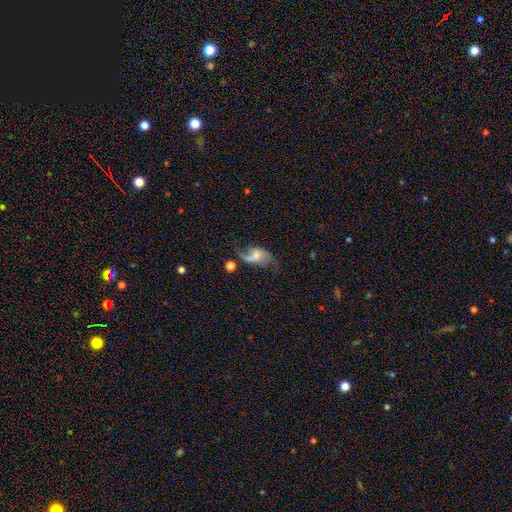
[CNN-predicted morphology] smooth_or_featured: featured or disk (p=0.63) [alt: smooth p=0.27]
disk_edge_on: no (p=0.96) [alt: yes p=0.04]
bar: no (p=0.53) [alt: weak p=0.37]
has_spiral_arms: yes (p=0.84) [alt: no p=0.16]
spiral_winding: loose (p=0.73) [alt: medium p=0.21]
spiral_arm_count: 2 (p=0.71) [alt: 1 p=0.20]
bulge_size: small (p=0.39) [alt: moderate p=0.34]
merging: none (p=0.38) [alt: major disturbance p=0.29]